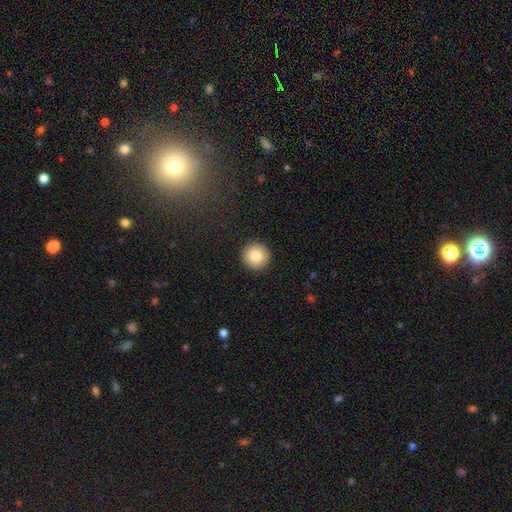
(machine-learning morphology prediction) Q: Smooth or featured?
A: smooth (83%); runner-up: star or artifact (9%)
Q: How rounded?
A: round (96%); runner-up: in between (4%)
Q: Merging?
A: none (93%); runner-up: minor disturbance (5%)